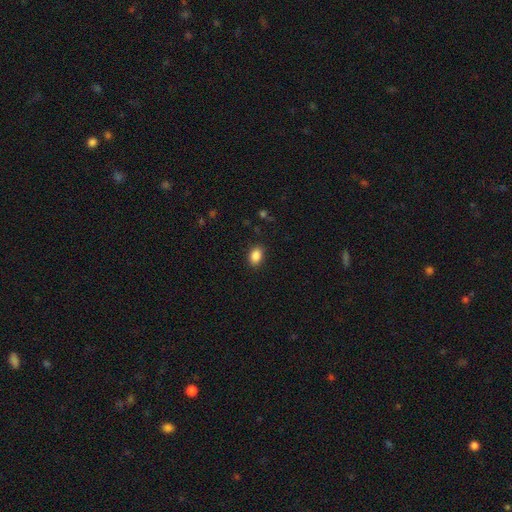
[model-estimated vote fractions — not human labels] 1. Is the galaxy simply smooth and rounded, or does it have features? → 87% smooth, 9% star or artifact, 4% featured or disk.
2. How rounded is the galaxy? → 81% in between, 18% round, 1% cigar-shaped.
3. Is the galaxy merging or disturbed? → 88% none, 8% minor disturbance, 2% major disturbance, 1% merger.